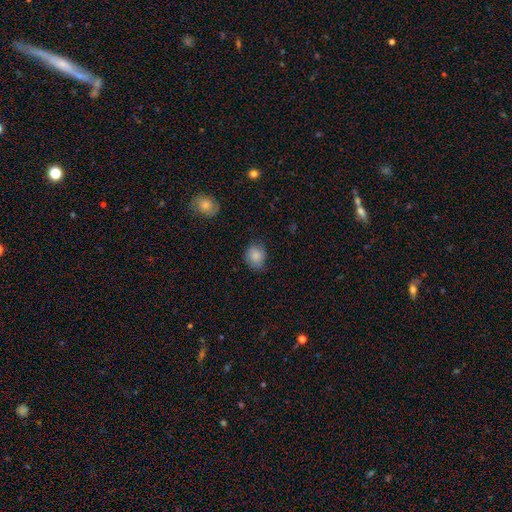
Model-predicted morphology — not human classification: Smooth or featured? smooth (84%)
How rounded? round (61%)
Merging? none (75%)